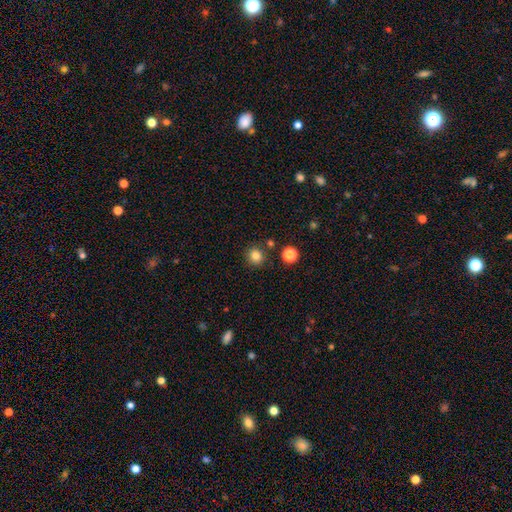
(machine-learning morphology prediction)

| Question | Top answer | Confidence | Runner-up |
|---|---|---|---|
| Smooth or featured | smooth | 82% | star or artifact (13%) |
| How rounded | round | 92% | in between (8%) |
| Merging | none | 86% | minor disturbance (7%) |